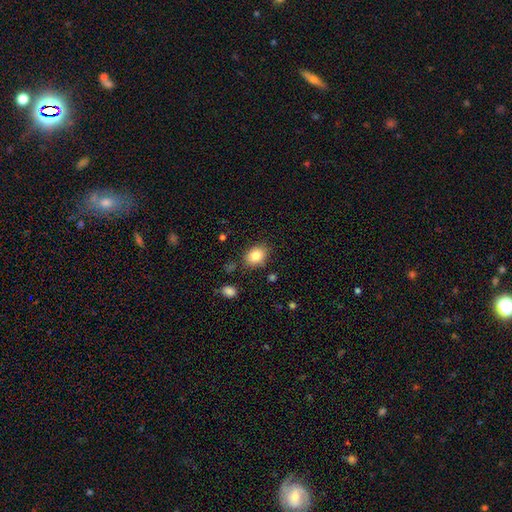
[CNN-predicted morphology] Smooth or featured? Predicted: smooth (p=0.84). How rounded? Predicted: in between (p=0.67). Merging? Predicted: none (p=0.81).